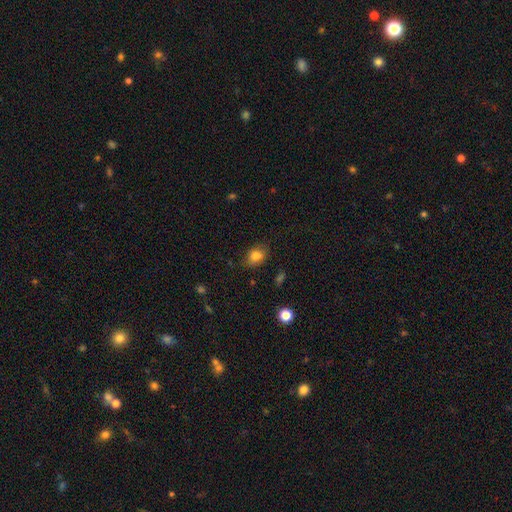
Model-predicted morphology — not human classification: A smooth galaxy with no disk features (82%) that is in between round and cigar-shaped (69%). Merging: none (78%).